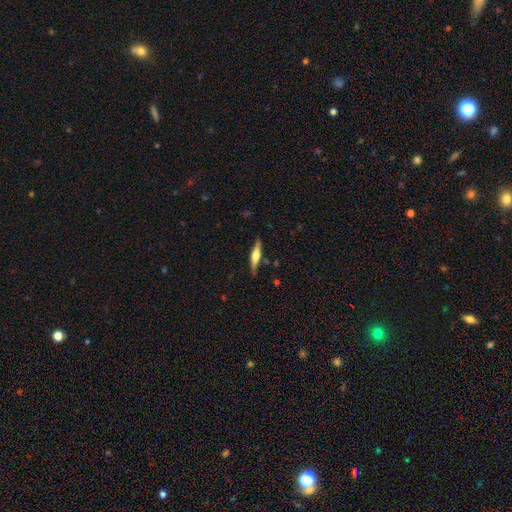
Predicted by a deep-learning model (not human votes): Morphology: type=featured or disk (55%); edge-on=yes (96%); edge-on bulge=rounded (84%); merging=none (84%).